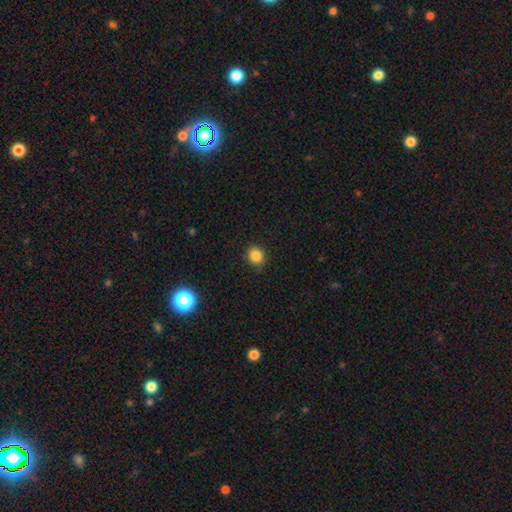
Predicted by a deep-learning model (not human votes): Q: Smooth or featured?
A: smooth (85%); runner-up: star or artifact (11%)
Q: How rounded?
A: round (78%); runner-up: in between (21%)
Q: Merging?
A: none (85%); runner-up: minor disturbance (11%)